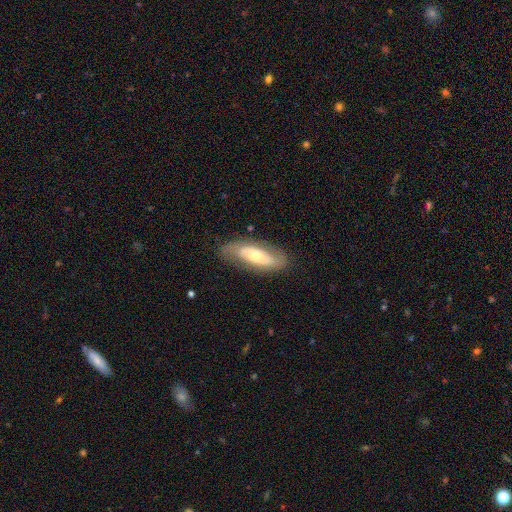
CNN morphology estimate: Smooth or featured?
  - featured or disk: 61% *
  - smooth: 33%
  - star or artifact: 6%
Edge-on disk?
  - no: 82% *
  - yes: 18%
Merging?
  - none: 78% *
  - minor disturbance: 16%
  - major disturbance: 5%
  - merger: 1%